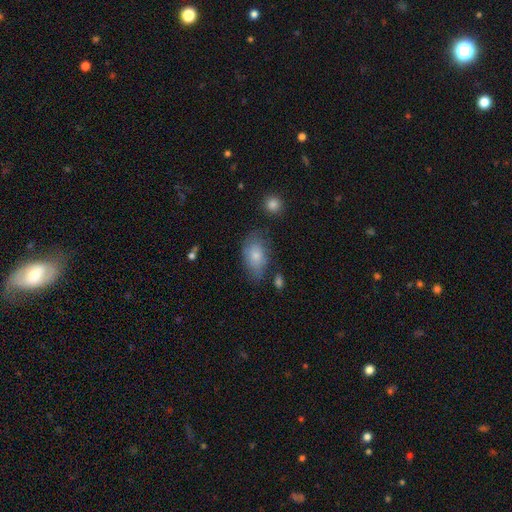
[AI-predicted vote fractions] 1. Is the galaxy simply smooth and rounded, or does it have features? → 76% smooth, 17% featured or disk, 7% star or artifact.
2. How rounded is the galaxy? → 88% in between, 10% round, 2% cigar-shaped.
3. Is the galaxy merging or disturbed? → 57% none, 28% minor disturbance, 10% major disturbance, 4% merger.